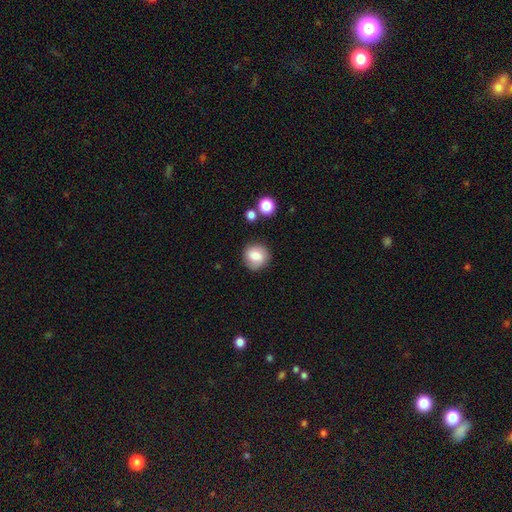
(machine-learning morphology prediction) This appears to be a smooth galaxy with no disk features (77%) that is round (89%). Merging: none (83%).